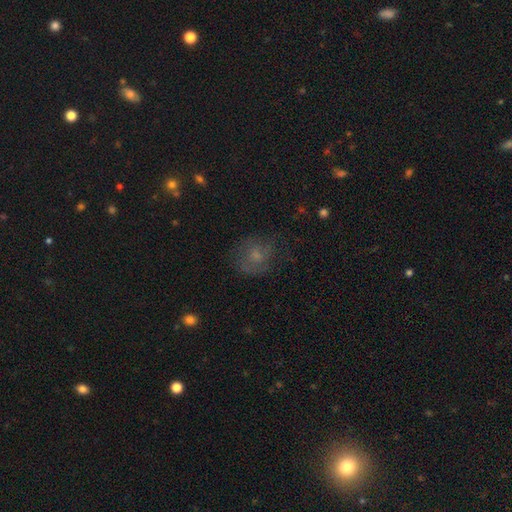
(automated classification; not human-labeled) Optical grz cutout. It shows a smooth galaxy with no disk features (53%) that is round (72%). Merging: none (62%).